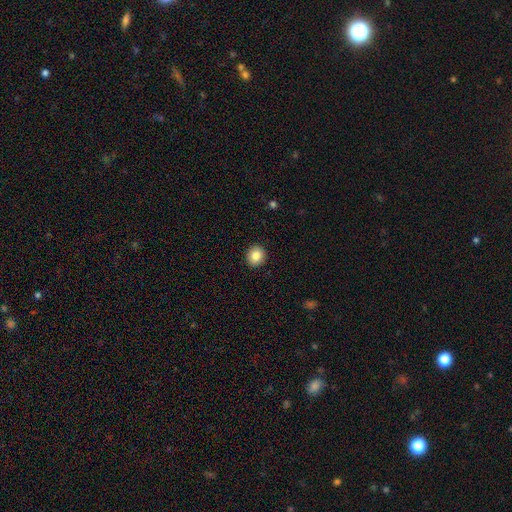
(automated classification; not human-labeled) Smooth or featured? Predicted: smooth (p=0.84). How rounded? Predicted: round (p=0.84). Merging? Predicted: none (p=0.92).